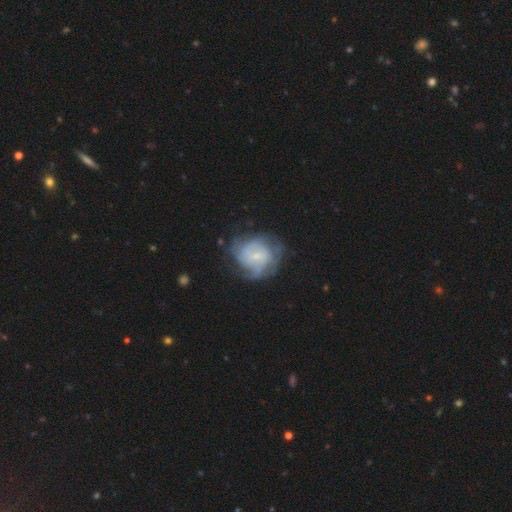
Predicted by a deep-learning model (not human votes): Smooth or featured? Predicted: featured or disk (p=0.71). Edge-on disk? Predicted: no (p=0.98). Bar? Predicted: no (p=0.50). Spiral arms? Predicted: yes (p=0.85). Spiral winding? Predicted: tight (p=0.47). Spiral arm count? Predicted: can't tell (p=0.44). Bulge size? Predicted: small (p=0.69). Merging? Predicted: none (p=0.58).